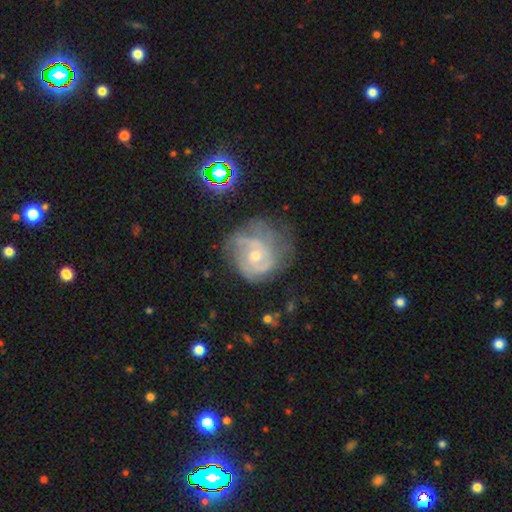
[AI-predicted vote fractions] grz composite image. It shows a featured or disk galaxy (77%) with no bar (73%), tight (50%) spiral arms (87%) and a moderate central bulge (52%). Merging: none (49%).